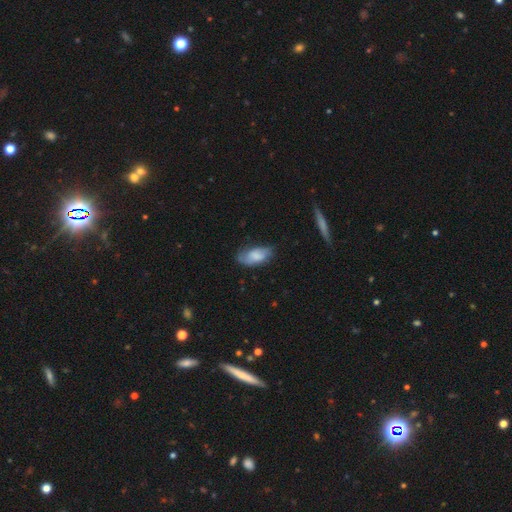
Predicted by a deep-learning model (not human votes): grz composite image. It shows a smooth galaxy with no disk features (74%) that is in between round and cigar-shaped (91%). Merging: none (54%).